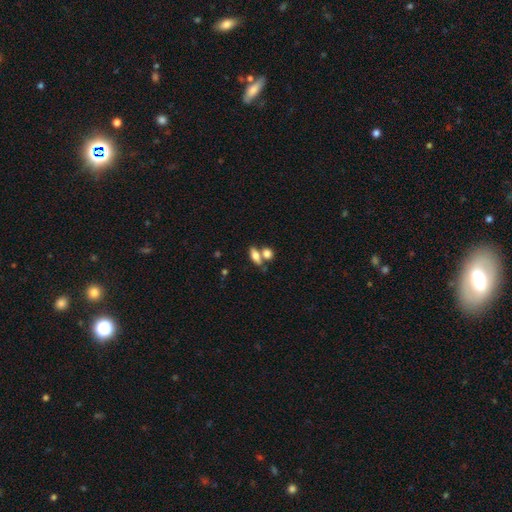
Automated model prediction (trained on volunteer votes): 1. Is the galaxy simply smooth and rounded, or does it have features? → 70% smooth, 21% featured or disk, 9% star or artifact.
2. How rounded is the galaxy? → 73% in between, 16% cigar-shaped, 12% round.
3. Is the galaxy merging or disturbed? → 49% none, 36% merger, 10% minor disturbance, 5% major disturbance.